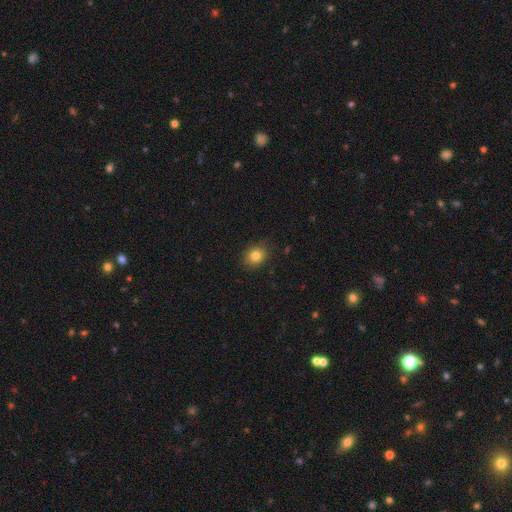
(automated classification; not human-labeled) smooth 81%, star or artifact 12%, featured or disk 7%. Down the decision tree: how rounded — round (66%); merging — none (83%).